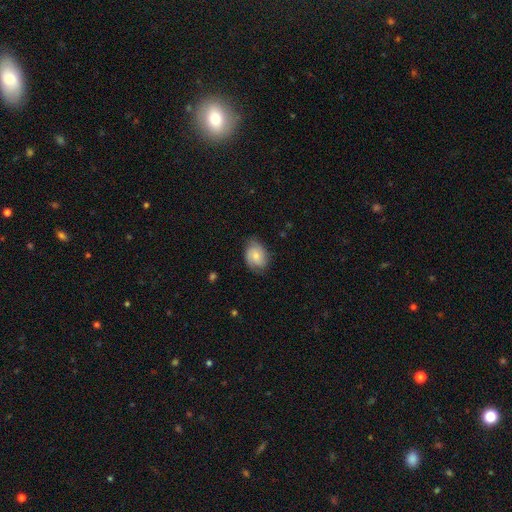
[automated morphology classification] smooth_or_featured: smooth (p=0.55) [alt: featured or disk p=0.38]
how_rounded: in between (p=0.67) [alt: round p=0.32]
merging: none (p=0.72) [alt: minor disturbance p=0.21]